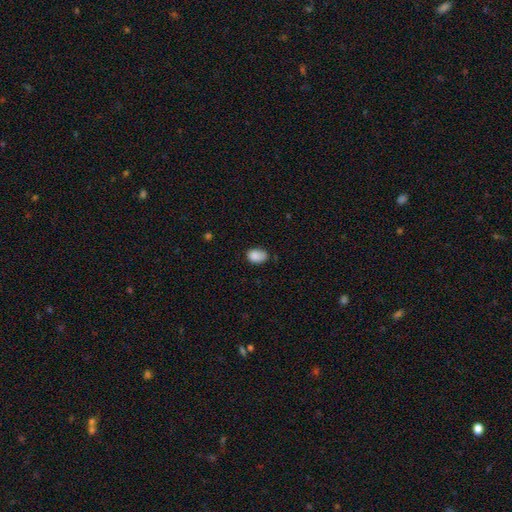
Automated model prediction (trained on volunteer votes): This appears to be a smooth galaxy with no disk features (87%) that is in between round and cigar-shaped (79%). Merging: none (61%).